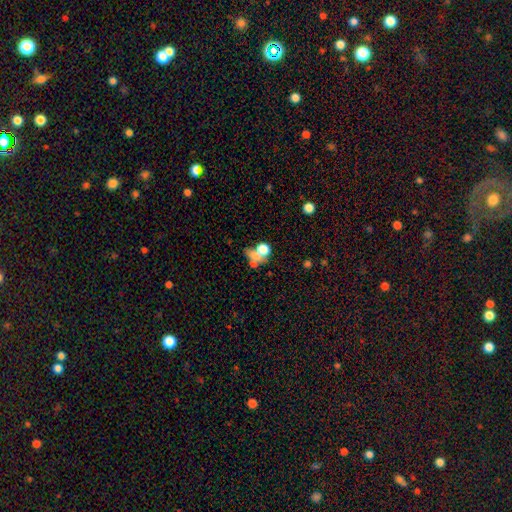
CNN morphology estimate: type=smooth (59%); roundness=round (56%); merging=merger (53%).